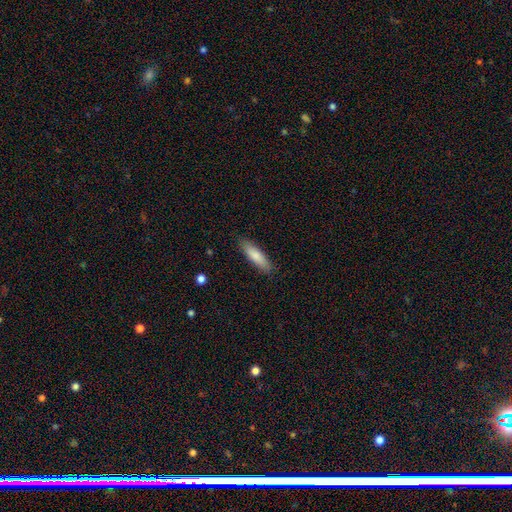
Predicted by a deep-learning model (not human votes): smooth 82%, featured or disk 12%, star or artifact 6%. Down the decision tree: how rounded — cigar-shaped (65%); merging — none (88%).